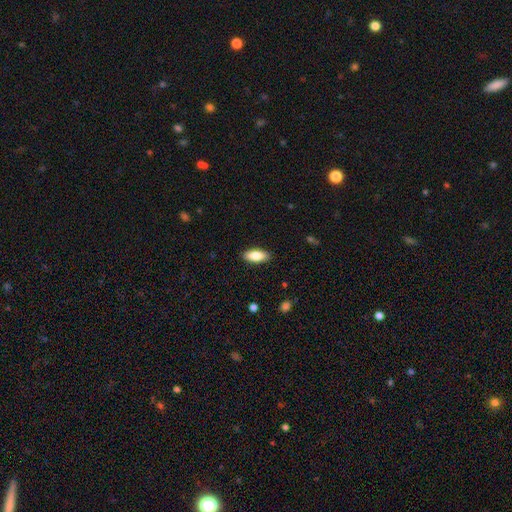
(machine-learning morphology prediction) smooth_or_featured: smooth (p=0.82) [alt: featured or disk p=0.12]
how_rounded: in between (p=0.83) [alt: cigar-shaped p=0.15]
merging: none (p=0.89) [alt: minor disturbance p=0.08]